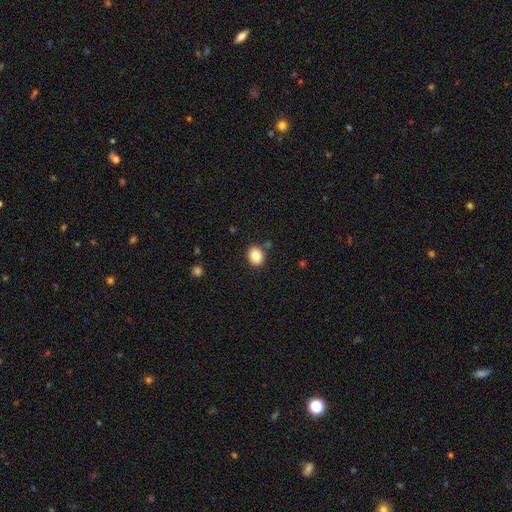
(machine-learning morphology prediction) A smooth galaxy with no disk features (84%) that is round (55%).

Vote fractions:
- Smooth or featured? smooth: 84% / star or artifact: 9% / featured or disk: 7%
- How rounded? round: 55% / in between: 44% / cigar-shaped: 1%
- Merging? none: 86% / minor disturbance: 9% / merger: 3% / major disturbance: 2%